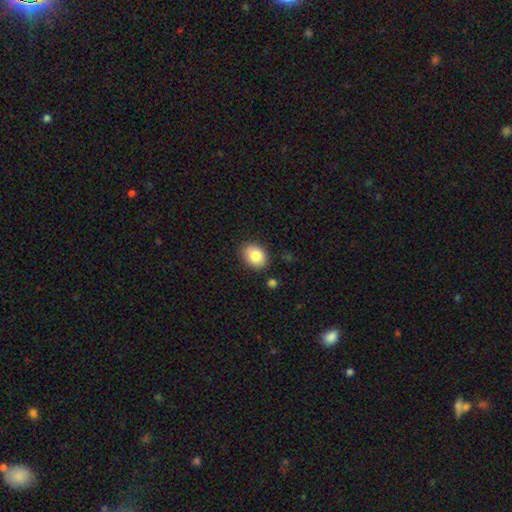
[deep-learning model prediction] A smooth galaxy with no disk features (84%) that is in between round and cigar-shaped (61%). Merging: none (83%).